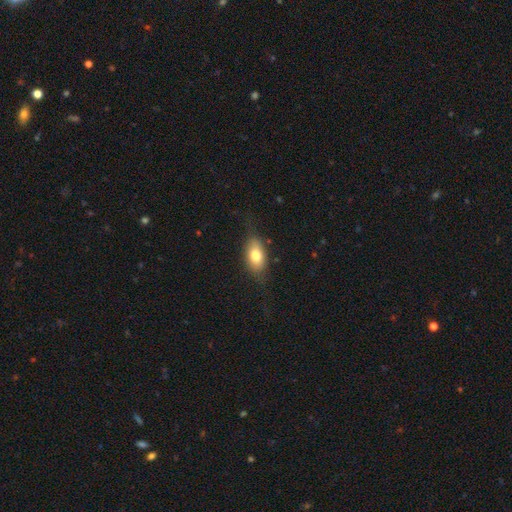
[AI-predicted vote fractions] A smooth galaxy with no disk features (75%) that is in between round and cigar-shaped (87%).

Vote fractions:
- Smooth or featured? smooth: 75% / featured or disk: 17% / star or artifact: 8%
- How rounded? in between: 87% / round: 8% / cigar-shaped: 5%
- Merging? none: 73% / minor disturbance: 19% / major disturbance: 7% / merger: 1%